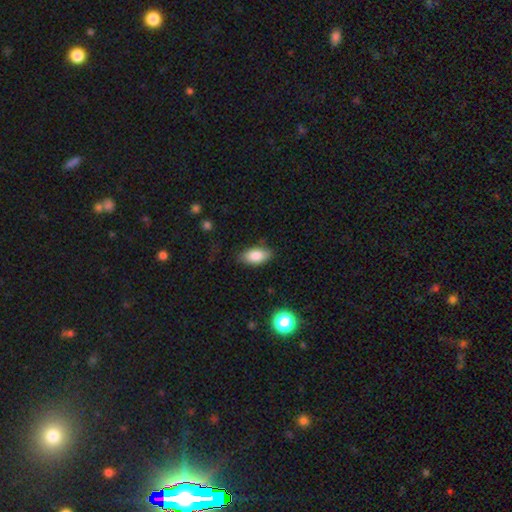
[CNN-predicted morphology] This appears to be a smooth galaxy with no disk features (84%) that is in between round and cigar-shaped (92%). Merging: none (80%).